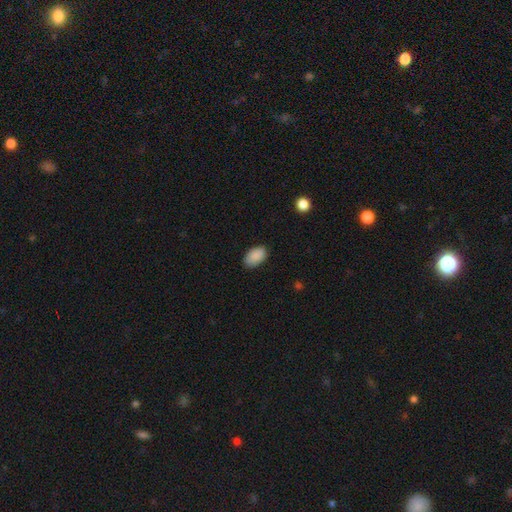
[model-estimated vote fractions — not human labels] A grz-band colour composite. It shows a smooth galaxy with no disk features (90%) that is in between round and cigar-shaped (93%). Merging: none (85%).